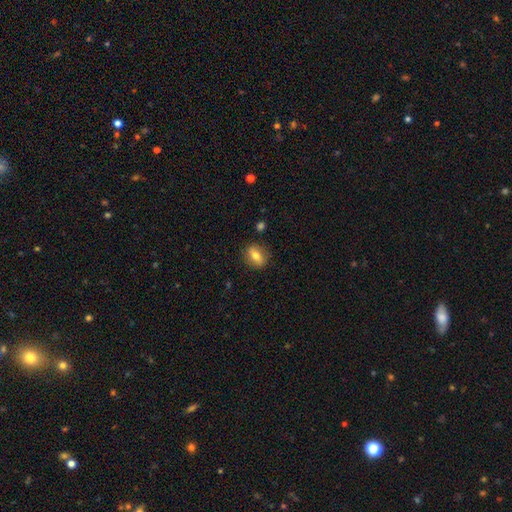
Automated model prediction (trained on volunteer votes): smooth-or-featured: smooth: 70% | featured or disk: 21% | star or artifact: 9%
  how-rounded: in between: 60% | round: 35% | cigar-shaped: 5%
  merging: none: 84% | minor disturbance: 11% | major disturbance: 3% | merger: 2%